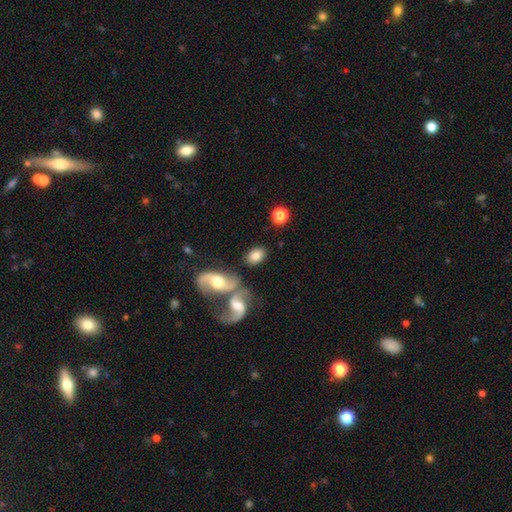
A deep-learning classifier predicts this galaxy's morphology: Smooth or featured? smooth (72%)
How rounded? in between (83%)
Merging? none (65%)